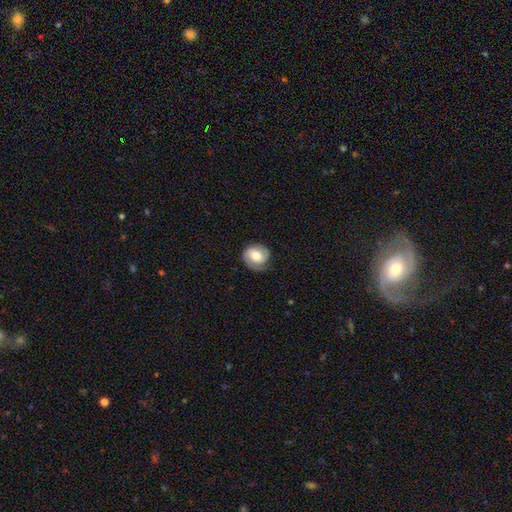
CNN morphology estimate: Smooth or featured?
  - featured or disk: 52% *
  - smooth: 41%
  - star or artifact: 7%
Edge-on disk?
  - no: 97% *
  - yes: 3%
Bar?
  - no: 55% *
  - weak: 33%
  - strong: 12%
Spiral arms?
  - yes: 83% *
  - no: 17%
Bulge size?
  - moderate: 73% *
  - large: 14%
  - small: 11%
  - dominant: 1%
  - none: 1%
Merging?
  - none: 74% *
  - minor disturbance: 19%
  - major disturbance: 7%
  - merger: 1%